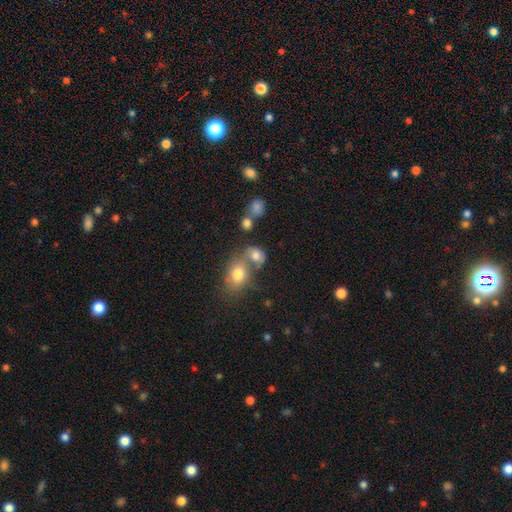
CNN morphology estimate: This is likely a smooth galaxy (76%). How rounded: possibly round (51%). Merging: possibly merger (48%).